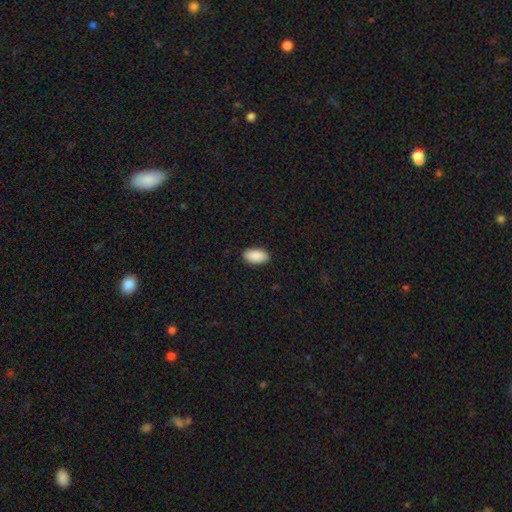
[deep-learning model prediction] The model was most divided on "merging": none: 89%, minor disturbance: 8%, major disturbance: 2%, merger: 1%. More confident: how rounded — in between (95%); smooth or featured — smooth (91%).